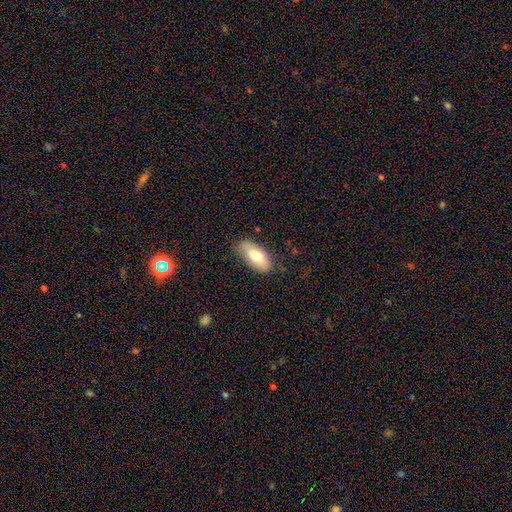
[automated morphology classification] A smooth galaxy with no disk features (75%) that is in between round and cigar-shaped (85%). Merging: none (77%).